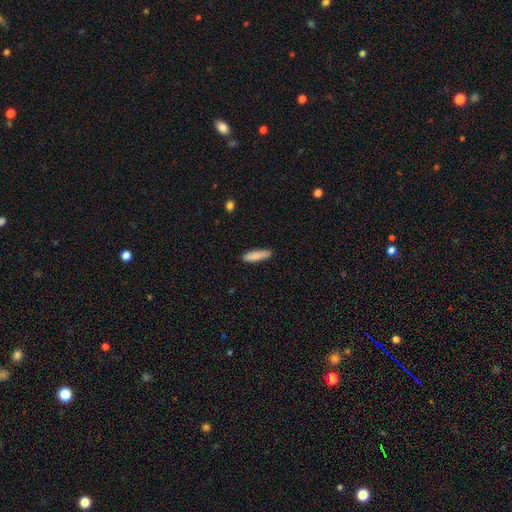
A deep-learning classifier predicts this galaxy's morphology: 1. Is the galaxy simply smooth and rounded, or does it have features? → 87% smooth, 7% featured or disk, 6% star or artifact.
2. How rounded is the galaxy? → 72% cigar-shaped, 26% in between, 1% round.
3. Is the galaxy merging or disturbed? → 88% none, 9% minor disturbance, 2% major disturbance, 1% merger.